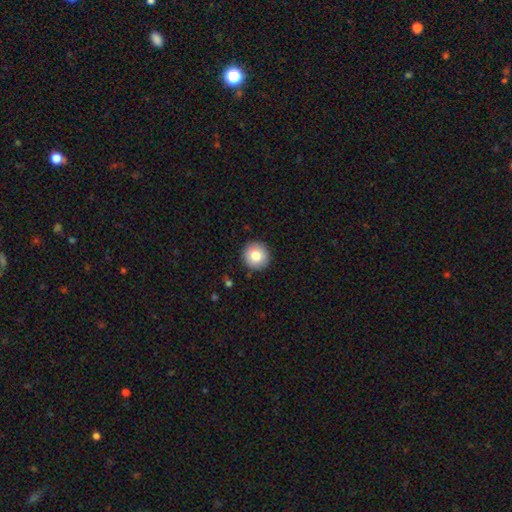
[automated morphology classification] The model was most divided on "smooth or featured": smooth: 83%, star or artifact: 9%, featured or disk: 9%. More confident: how rounded — round (95%); merging — none (91%).